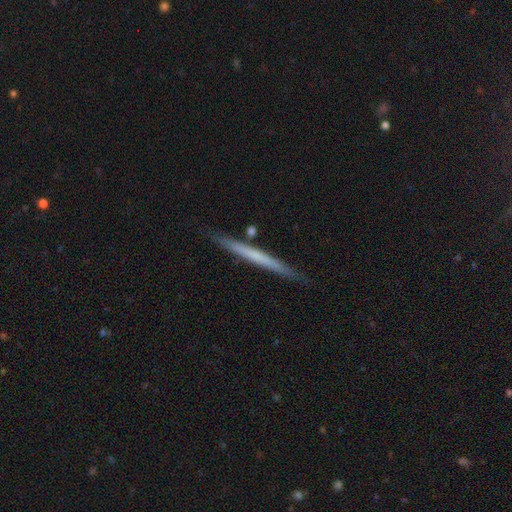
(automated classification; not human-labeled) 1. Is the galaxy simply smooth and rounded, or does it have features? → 50% featured or disk, 45% smooth, 6% star or artifact.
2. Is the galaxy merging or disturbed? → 88% none, 8% minor disturbance, 2% merger, 2% major disturbance.